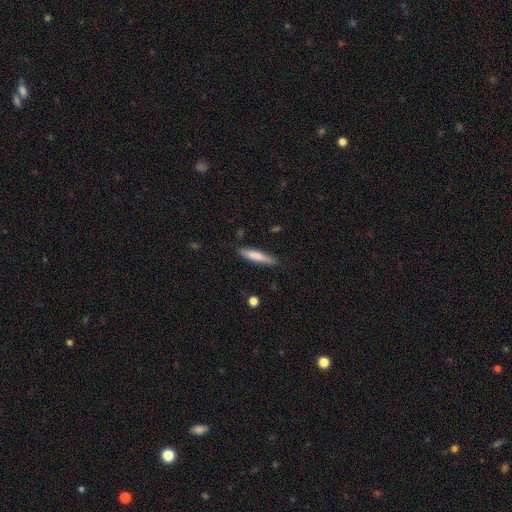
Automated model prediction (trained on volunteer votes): The model was most divided on "smooth or featured": smooth: 76%, featured or disk: 18%, star or artifact: 6%. More confident: how rounded — cigar-shaped (84%); merging — none (82%).